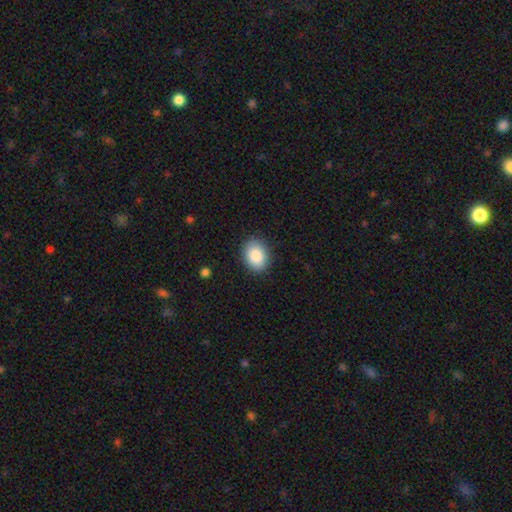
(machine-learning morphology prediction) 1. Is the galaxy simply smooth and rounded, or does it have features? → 87% smooth, 7% star or artifact, 6% featured or disk.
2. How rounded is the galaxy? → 62% in between, 38% round, 1% cigar-shaped.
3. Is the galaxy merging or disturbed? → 88% none, 8% minor disturbance, 2% major disturbance, 1% merger.